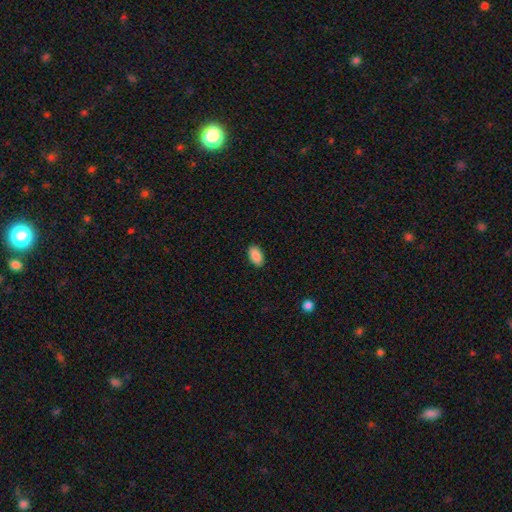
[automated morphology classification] Smooth or featured?
  - smooth: 90% *
  - star or artifact: 7%
  - featured or disk: 3%
How rounded?
  - in between: 94% *
  - round: 3%
  - cigar-shaped: 2%
Merging?
  - none: 90% *
  - minor disturbance: 8%
  - major disturbance: 2%
  - merger: 1%